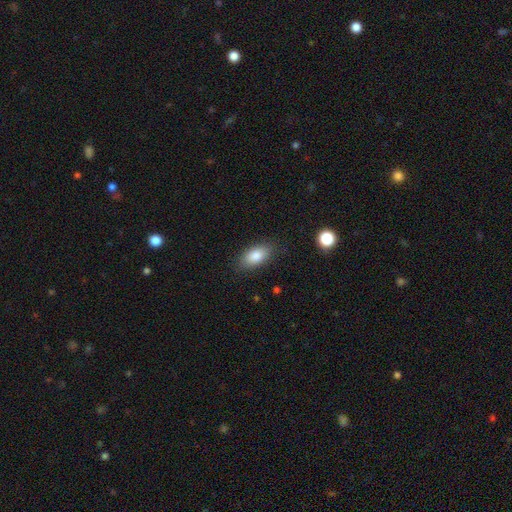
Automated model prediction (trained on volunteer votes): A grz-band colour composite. It shows a smooth galaxy with no disk features (84%) that is in between round and cigar-shaped (91%). Merging: none (84%).